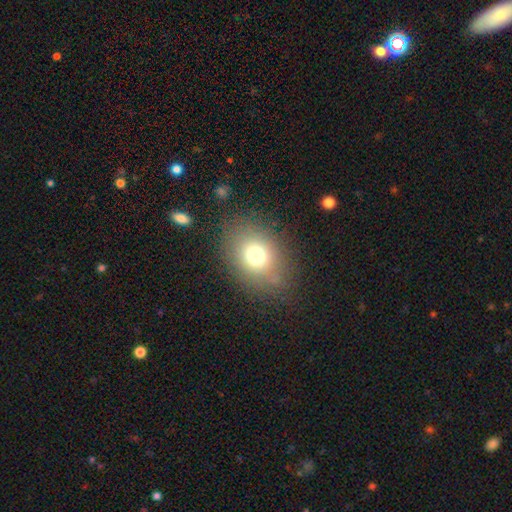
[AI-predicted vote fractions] Smooth or featured?
  - smooth: 73% *
  - star or artifact: 14%
  - featured or disk: 13%
How rounded?
  - in between: 59% *
  - round: 40%
  - cigar-shaped: 1%
Merging?
  - none: 79% *
  - minor disturbance: 13%
  - major disturbance: 6%
  - merger: 2%